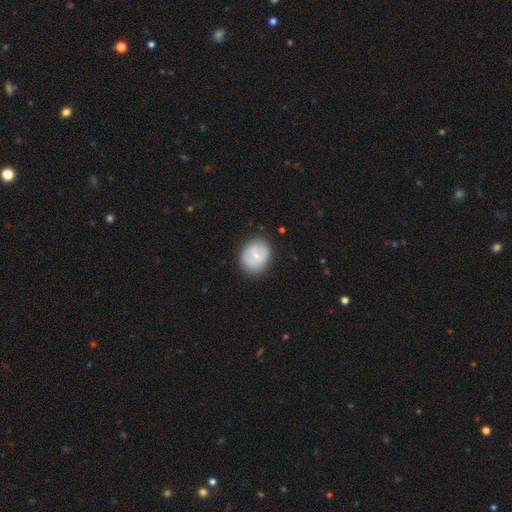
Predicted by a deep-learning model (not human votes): Morphology: type=smooth (51%); roundness=round (64%); merging=none (82%).